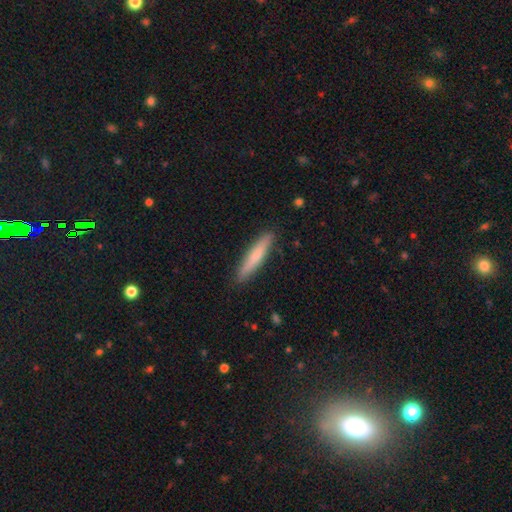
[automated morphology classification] Q: Smooth or featured?
A: smooth (70%); runner-up: featured or disk (25%)
Q: How rounded?
A: cigar-shaped (92%); runner-up: in between (7%)
Q: Merging?
A: none (90%); runner-up: minor disturbance (8%)